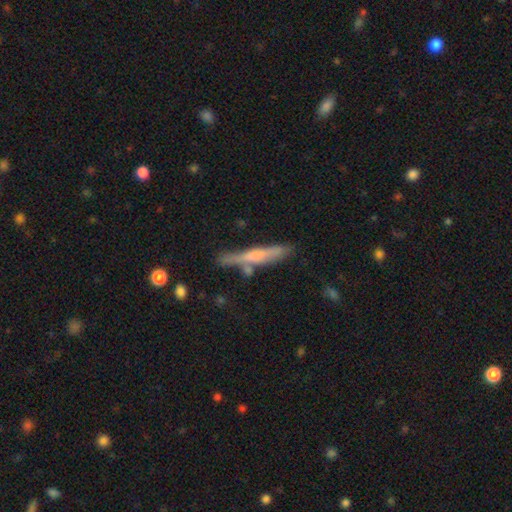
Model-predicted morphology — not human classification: type=smooth (53%); roundness=cigar-shaped (92%); merging=none (68%).